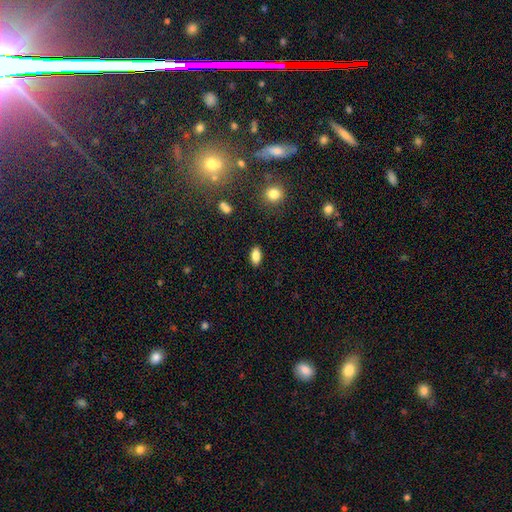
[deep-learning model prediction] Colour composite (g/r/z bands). It shows a smooth galaxy with no disk features (86%) that is in between round and cigar-shaped (90%). Merging: none (88%).